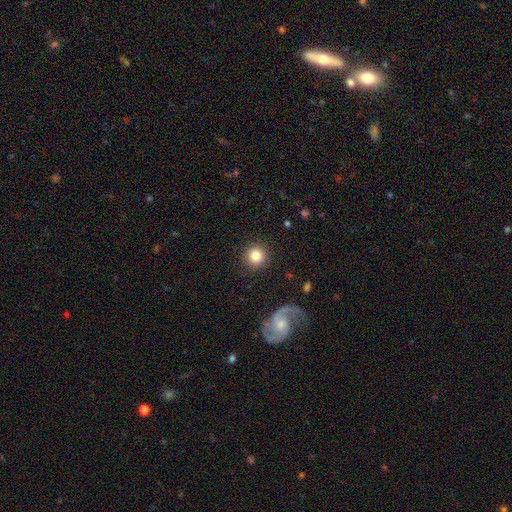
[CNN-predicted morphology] This is clearly a smooth galaxy (82%). How rounded: clearly round (94%). Merging: clearly none (89%).